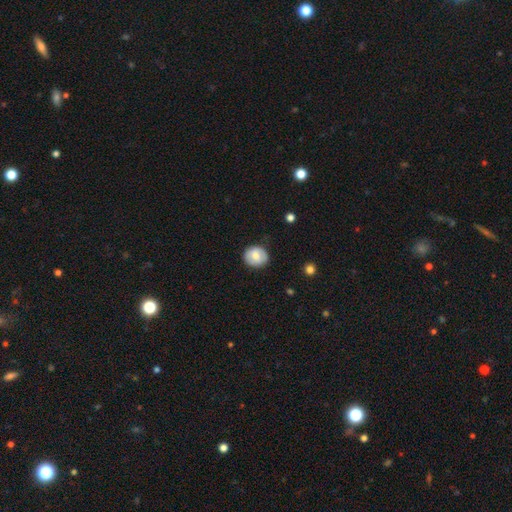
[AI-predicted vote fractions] Smooth or featured? smooth (65%)
How rounded? round (76%)
Merging? none (82%)